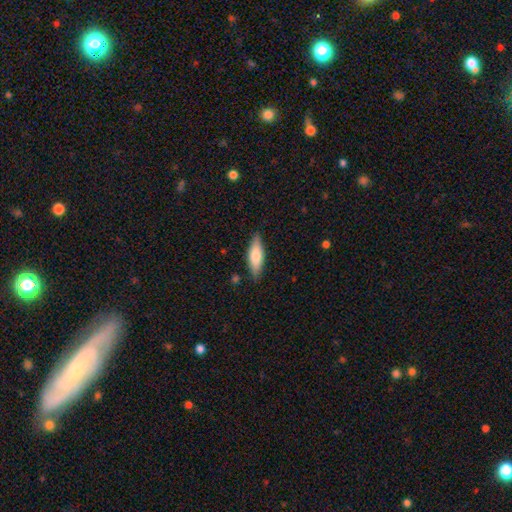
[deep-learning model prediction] Overall: smooth (75%). How rounded: in between (53%; cigar-shaped 45%). Merging: none (84%).